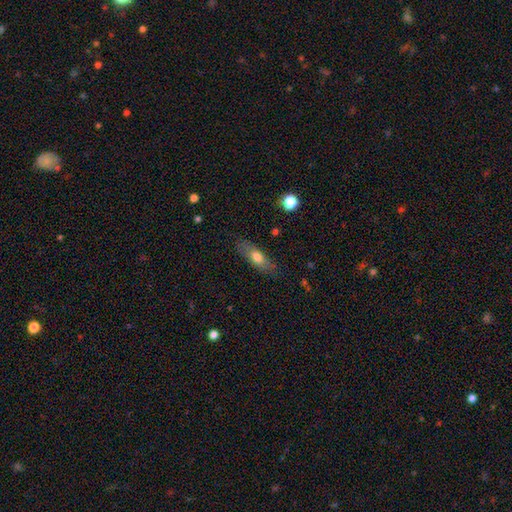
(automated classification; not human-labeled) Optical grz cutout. It shows a smooth galaxy with no disk features (63%) that is in between round and cigar-shaped (62%). Merging: none (79%).